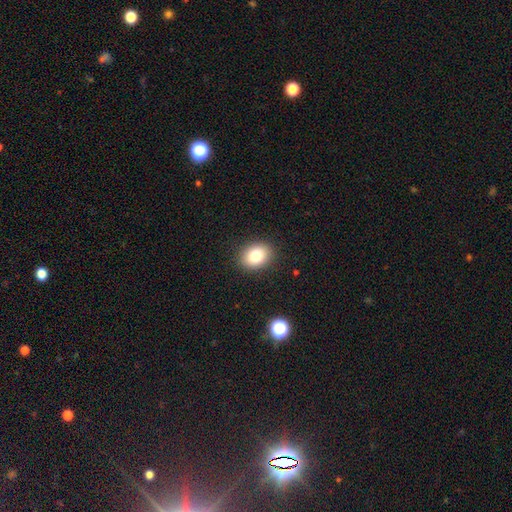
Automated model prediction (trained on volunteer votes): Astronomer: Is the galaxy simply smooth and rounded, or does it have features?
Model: smooth — 81%.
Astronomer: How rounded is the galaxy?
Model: in between — 60% (runner-up: round, 40%).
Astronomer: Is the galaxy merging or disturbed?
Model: none — 89%.